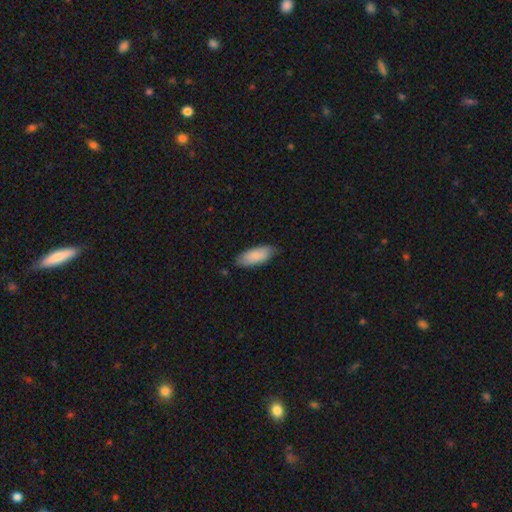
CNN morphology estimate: This is clearly a smooth galaxy (84%). How rounded: clearly in between (81%). Merging: likely none (78%).